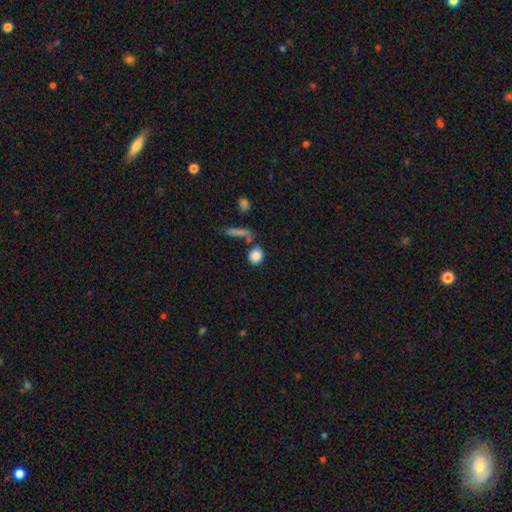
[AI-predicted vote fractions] This is clearly a smooth galaxy (85%). How rounded: likely round (69%). Merging: likely none (64%).